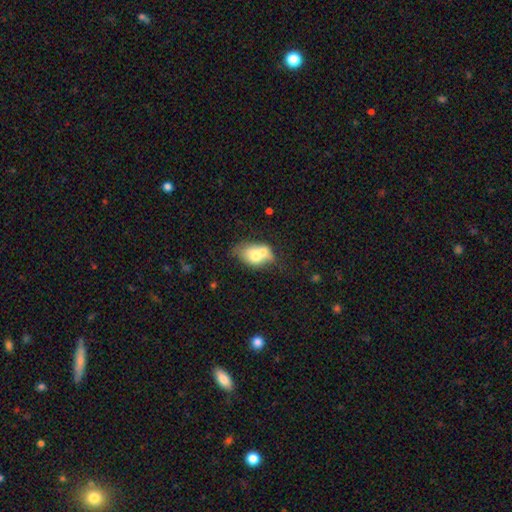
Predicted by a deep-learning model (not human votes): A smooth galaxy with no disk features (66%) that is in between round and cigar-shaped (76%).

Vote fractions:
- Smooth or featured? smooth: 66% / featured or disk: 26% / star or artifact: 8%
- How rounded? in between: 76% / round: 22% / cigar-shaped: 2%
- Merging? merger: 56% / none: 25% / minor disturbance: 13% / major disturbance: 6%